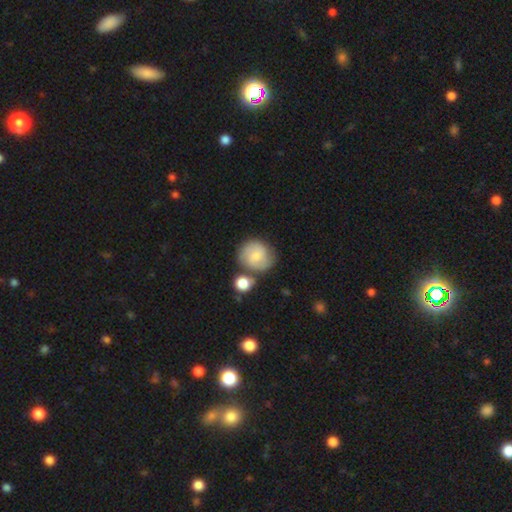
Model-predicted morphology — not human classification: Overall: smooth (57%; featured or disk 36%). How rounded: round (84%). Merging: none (58%; merger 20%).